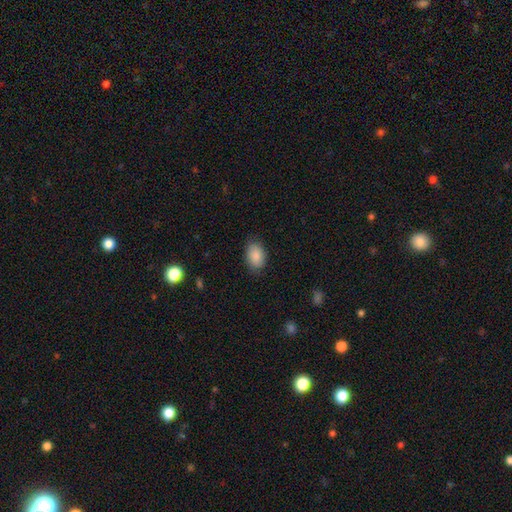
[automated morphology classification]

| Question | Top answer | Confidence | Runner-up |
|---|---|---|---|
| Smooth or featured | smooth | 87% | star or artifact (7%) |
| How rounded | in between | 83% | round (16%) |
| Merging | none | 82% | minor disturbance (14%) |